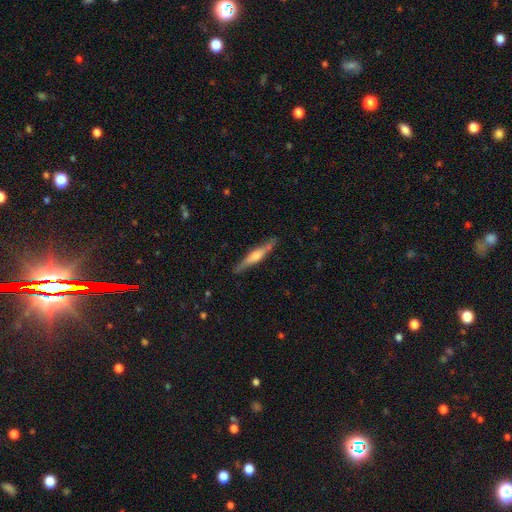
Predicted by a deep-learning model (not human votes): Smooth or featured? Predicted: featured or disk (p=0.64). Edge-on disk? Predicted: yes (p=0.97). Edge-on bulge? Predicted: rounded (p=0.71). Merging? Predicted: none (p=0.86).